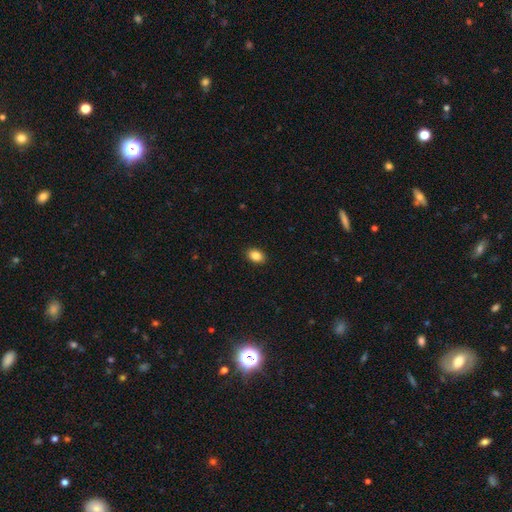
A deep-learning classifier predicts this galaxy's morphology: A smooth galaxy with no disk features (87%) that is in between round and cigar-shaped (79%). Merging: none (90%).